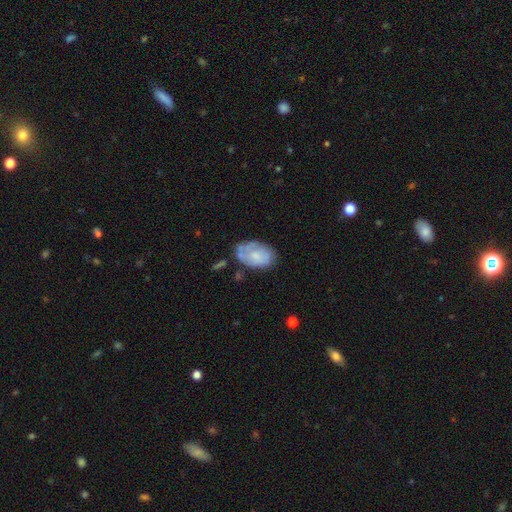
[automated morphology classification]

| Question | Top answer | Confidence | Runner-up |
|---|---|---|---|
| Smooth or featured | smooth | 51% | featured or disk (42%) |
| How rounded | in between | 89% | round (10%) |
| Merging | none | 53% | minor disturbance (29%) |